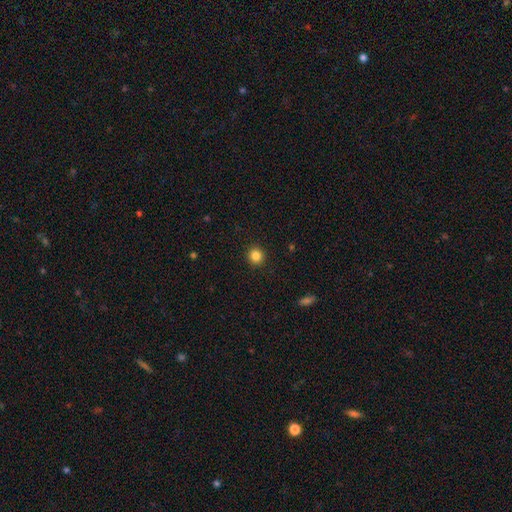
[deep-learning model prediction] Morphology: type=smooth (85%); roundness=round (92%); merging=none (92%).